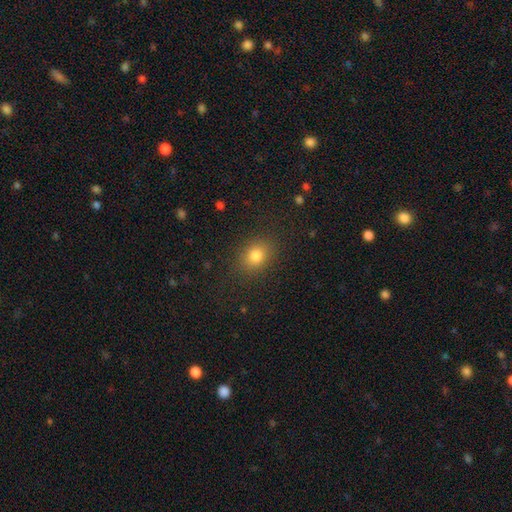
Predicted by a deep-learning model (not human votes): A smooth galaxy with no disk features (81%) that is in between round and cigar-shaped (53%). Merging: none (86%).